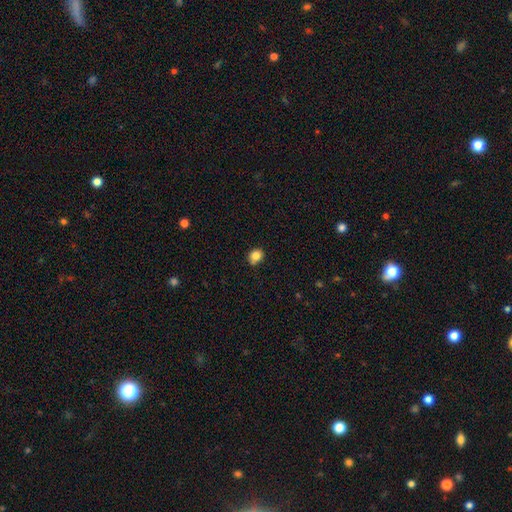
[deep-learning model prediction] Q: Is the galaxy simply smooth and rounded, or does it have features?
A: smooth — 83%.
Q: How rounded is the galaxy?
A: round — 67%.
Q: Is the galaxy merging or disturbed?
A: none — 77%.